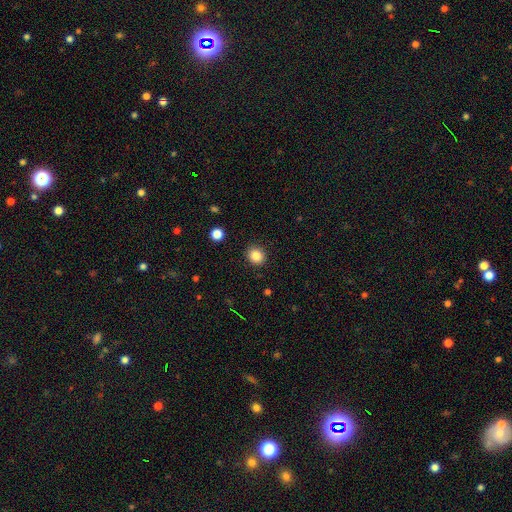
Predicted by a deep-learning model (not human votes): A smooth galaxy with no disk features (84%) that is round (81%).

Vote fractions:
- Smooth or featured? smooth: 84% / star or artifact: 11% / featured or disk: 5%
- How rounded? round: 81% / in between: 18% / cigar-shaped: 1%
- Merging? none: 91% / minor disturbance: 6% / major disturbance: 2% / merger: 1%